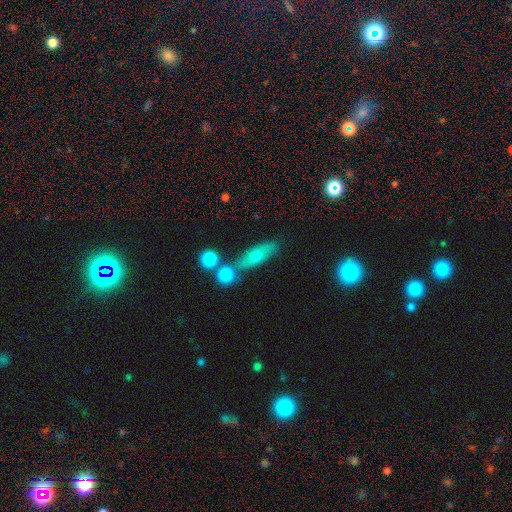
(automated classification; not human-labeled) Morphology: type=smooth (62%); roundness=in between (50%); merging=none (64%).